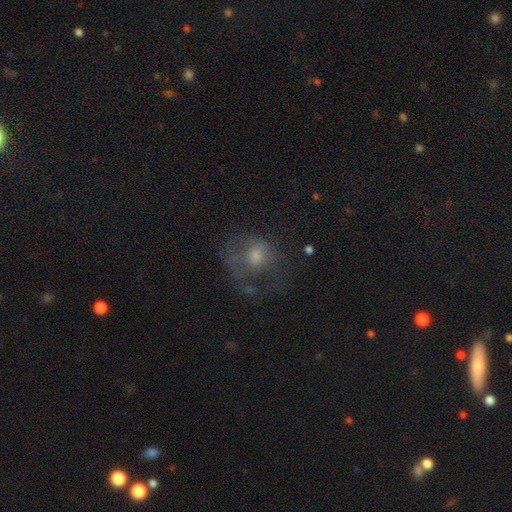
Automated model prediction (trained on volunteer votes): Smooth or featured? smooth (39%)
Merging? none (49%)